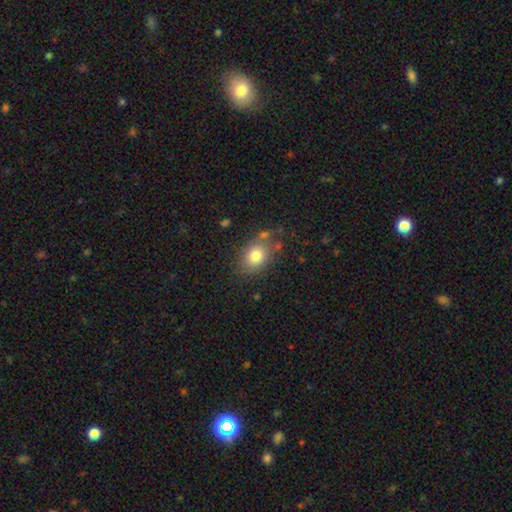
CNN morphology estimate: This is likely a smooth galaxy (79%). How rounded: likely in between (62%). Merging: likely none (71%).